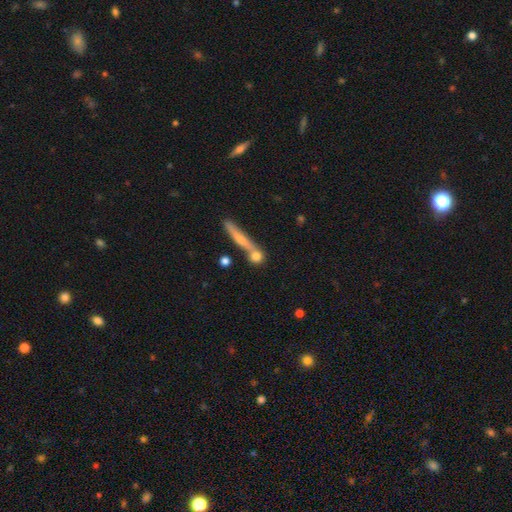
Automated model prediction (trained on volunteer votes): Overall: smooth (43%; featured or disk 41%). Merging: none (59%; merger 24%).